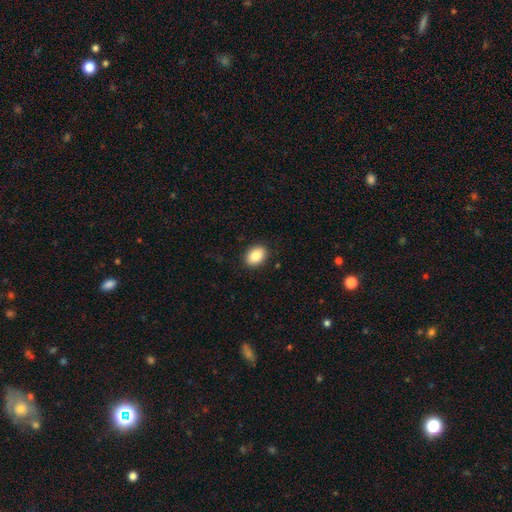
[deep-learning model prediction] This is clearly a smooth galaxy (86%). How rounded: likely in between (75%). Merging: clearly none (89%).